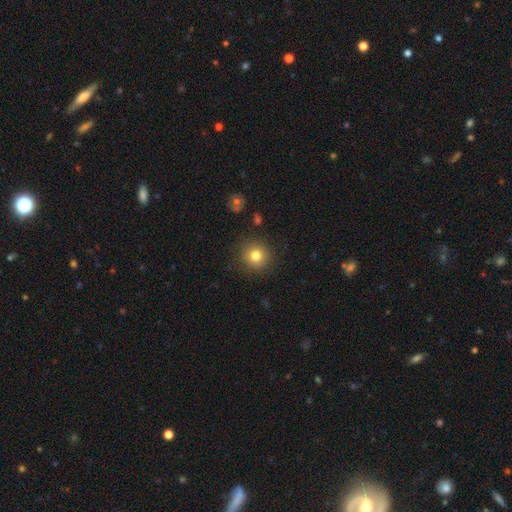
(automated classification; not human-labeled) smooth_or_featured: smooth (p=0.80) [alt: star or artifact p=0.12]
how_rounded: round (p=0.93) [alt: in between p=0.06]
merging: none (p=0.89) [alt: minor disturbance p=0.07]